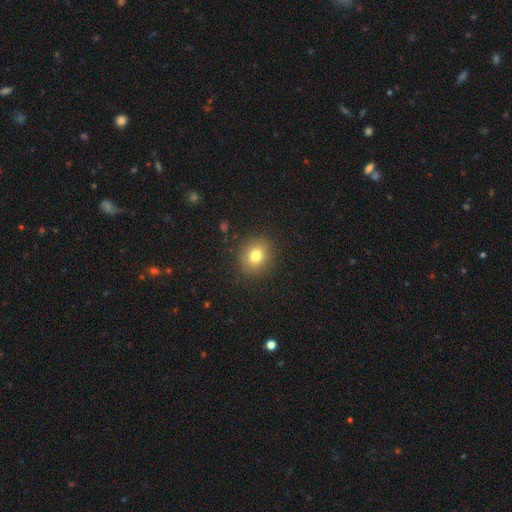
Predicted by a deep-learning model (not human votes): Overall: smooth (79%). How rounded: round (71%). Merging: none (87%).